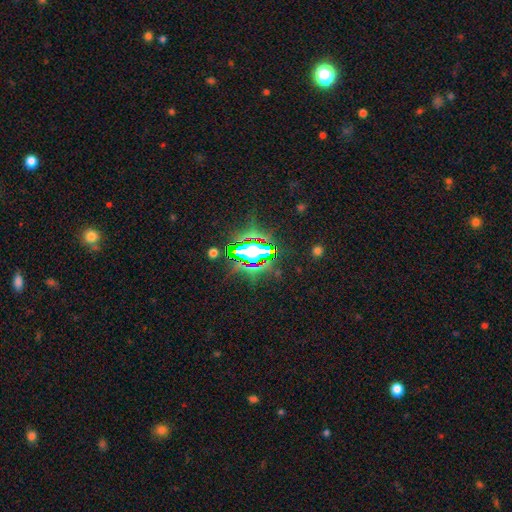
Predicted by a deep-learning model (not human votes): A star or artifact, not a galaxy (68%).